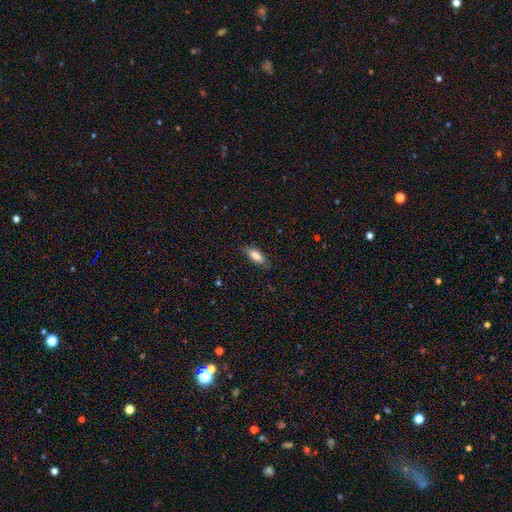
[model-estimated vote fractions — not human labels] Q: Smooth or featured?
A: smooth (80%); runner-up: featured or disk (14%)
Q: How rounded?
A: in between (64%); runner-up: cigar-shaped (34%)
Q: Merging?
A: none (81%); runner-up: minor disturbance (15%)